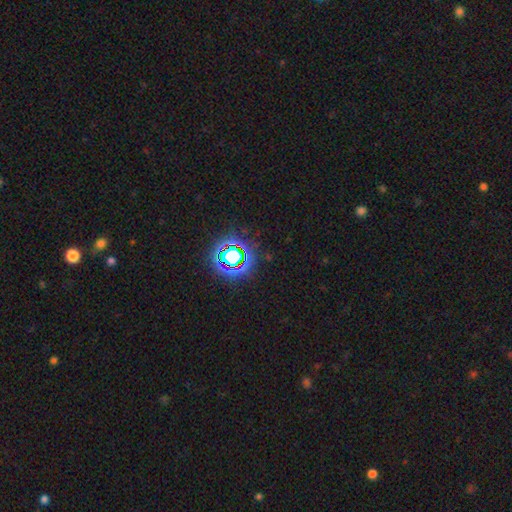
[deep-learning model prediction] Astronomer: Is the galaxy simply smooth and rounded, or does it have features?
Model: star or artifact — 78%.